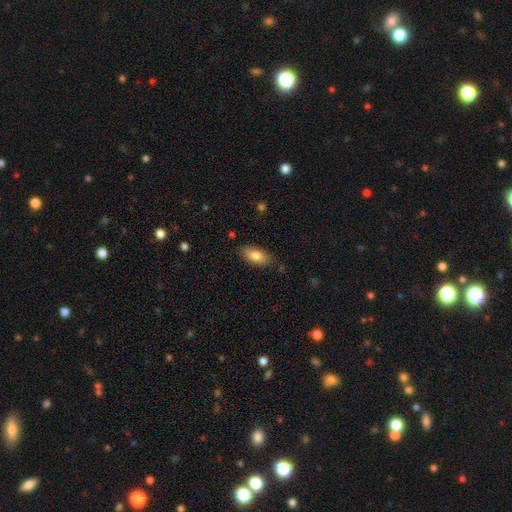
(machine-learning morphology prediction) A smooth galaxy with no disk features (80%) that is in between round and cigar-shaped (88%). Merging: none (83%).